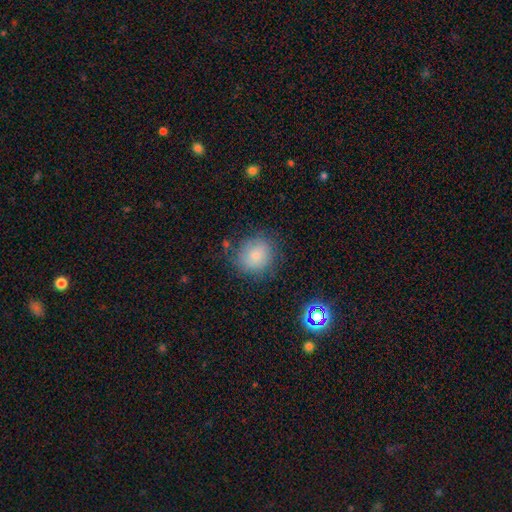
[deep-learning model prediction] Smooth or featured?
  - smooth: 78% *
  - featured or disk: 12%
  - star or artifact: 10%
How rounded?
  - round: 81% *
  - in between: 18%
  - cigar-shaped: 1%
Merging?
  - none: 73% *
  - minor disturbance: 17%
  - major disturbance: 7%
  - merger: 3%